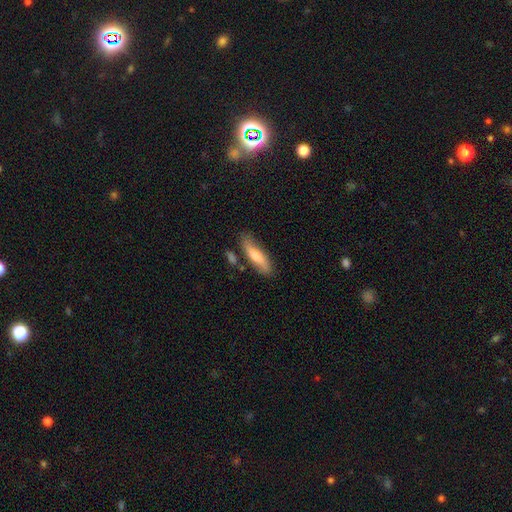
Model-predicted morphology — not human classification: smooth-or-featured: smooth: 66% | featured or disk: 28% | star or artifact: 7%
  how-rounded: cigar-shaped: 66% | in between: 32% | round: 2%
  merging: none: 73% | minor disturbance: 17% | merger: 6% | major disturbance: 4%